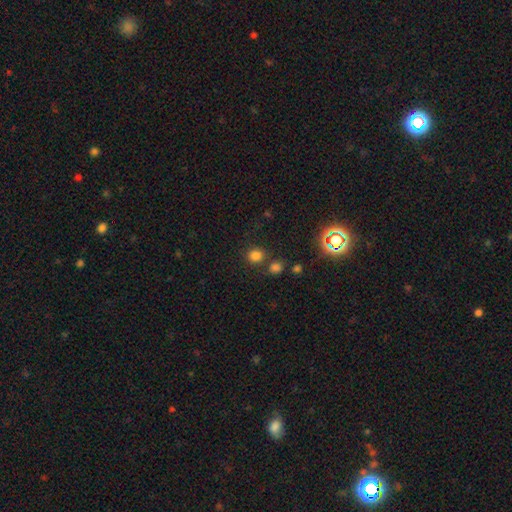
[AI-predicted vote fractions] This appears to be a smooth galaxy with no disk features (77%) that is round (80%). Merging: none (75%).